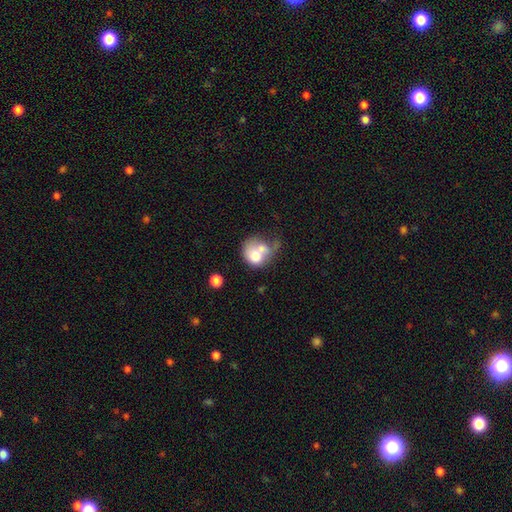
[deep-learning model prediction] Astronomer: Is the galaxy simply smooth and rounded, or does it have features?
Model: smooth — 66%.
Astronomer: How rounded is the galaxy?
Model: round — 61% (runner-up: in between, 38%).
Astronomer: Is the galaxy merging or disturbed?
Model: merger — 53%.